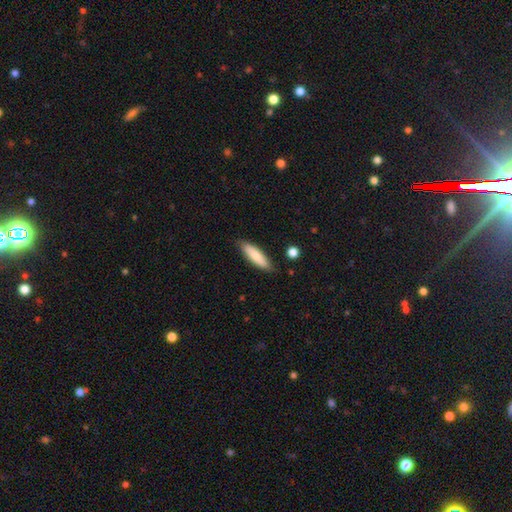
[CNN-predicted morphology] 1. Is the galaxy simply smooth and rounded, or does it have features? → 78% smooth, 16% featured or disk, 6% star or artifact.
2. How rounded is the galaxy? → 58% cigar-shaped, 40% in between, 2% round.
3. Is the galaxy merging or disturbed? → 82% none, 13% minor disturbance, 2% major disturbance, 2% merger.